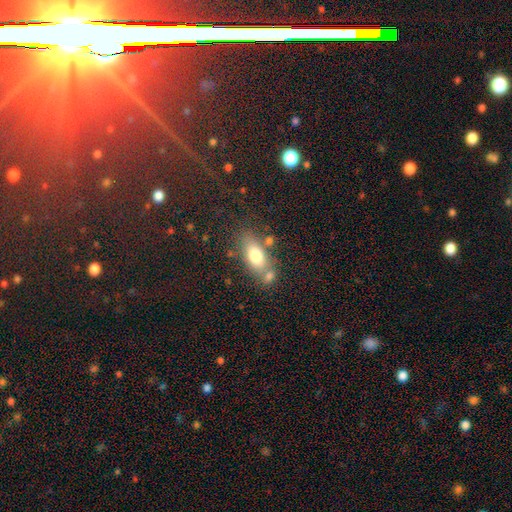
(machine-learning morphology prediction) Overall: smooth (74%). How rounded: in between (82%). Merging: none (59%; merger 19%).